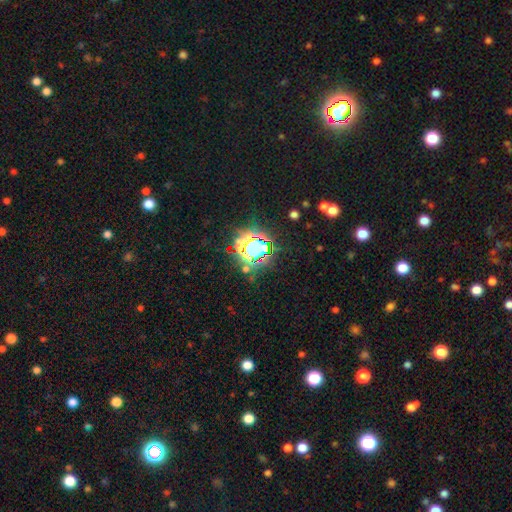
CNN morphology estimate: Overall: star or artifact (68%).